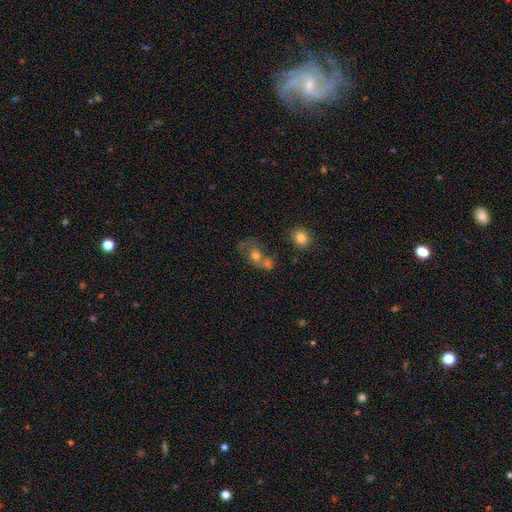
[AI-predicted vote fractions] smooth-or-featured: smooth: 60% | featured or disk: 26% | star or artifact: 14%
  how-rounded: round: 57% | in between: 41% | cigar-shaped: 2%
  merging: merger: 49% | none: 32% | minor disturbance: 11% | major disturbance: 7%